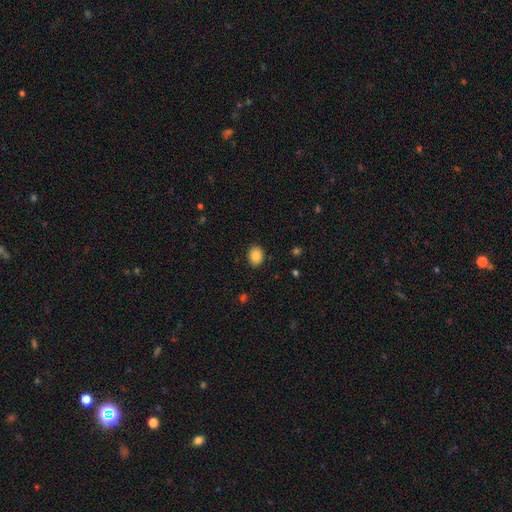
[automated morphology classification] Smooth or featured?
  - smooth: 87% *
  - star or artifact: 9%
  - featured or disk: 4%
How rounded?
  - in between: 52% *
  - round: 47%
  - cigar-shaped: 1%
Merging?
  - none: 89% *
  - minor disturbance: 8%
  - major disturbance: 2%
  - merger: 1%